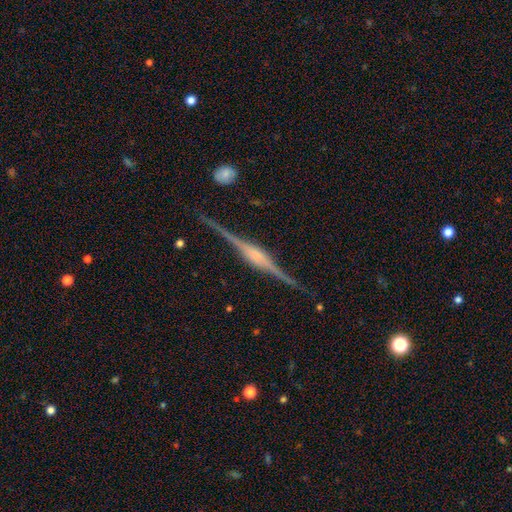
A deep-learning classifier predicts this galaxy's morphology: Overall: featured or disk (90%). Edge-on disk: yes (98%). Edge-on bulge: rounded (64%; boxy 30%). Merging: none (89%).